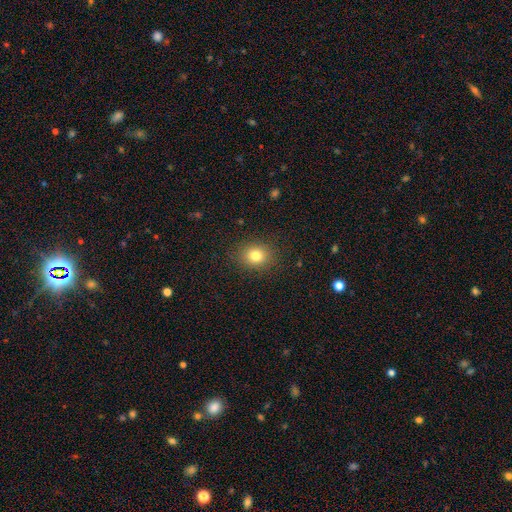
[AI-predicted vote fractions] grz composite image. It shows a smooth galaxy with no disk features (80%) that is round (62%). Merging: none (88%).